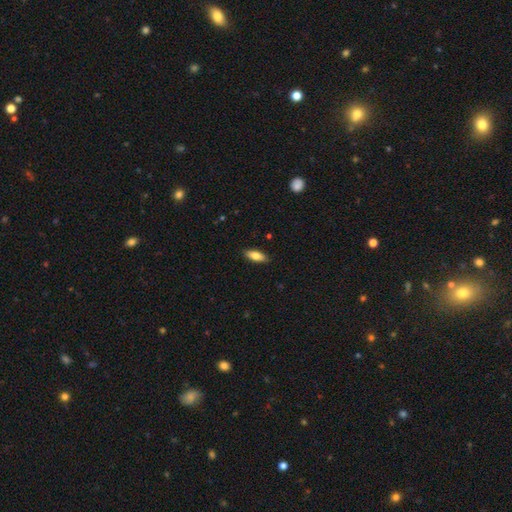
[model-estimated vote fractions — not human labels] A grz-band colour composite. It shows a smooth galaxy with no disk features (80%) that is in between round and cigar-shaped (74%). Merging: none (88%).